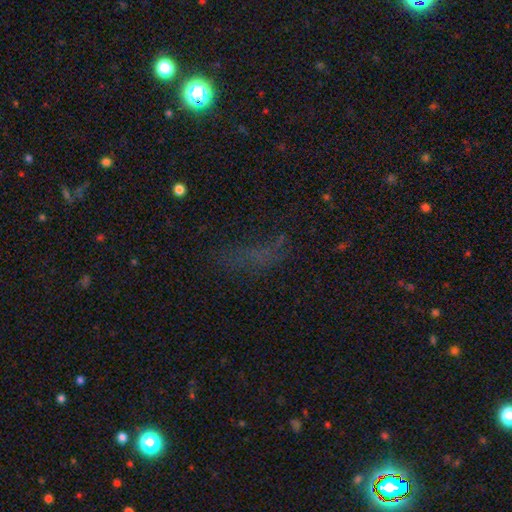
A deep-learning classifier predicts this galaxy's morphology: A star or artifact, not a galaxy (44%).